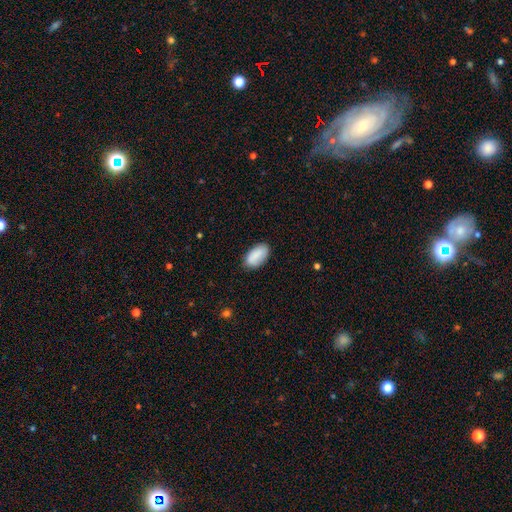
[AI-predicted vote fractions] Smooth or featured? smooth (87%)
How rounded? in between (94%)
Merging? none (83%)